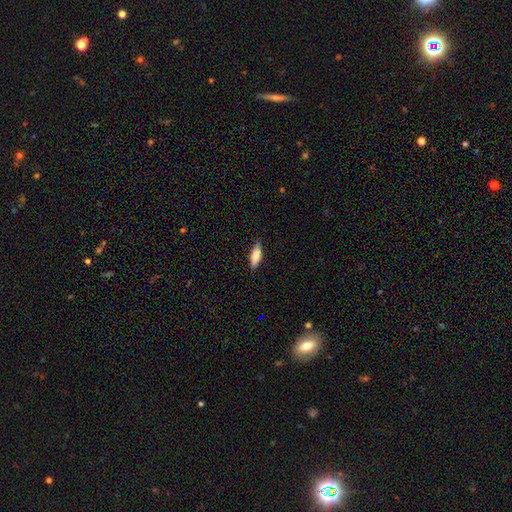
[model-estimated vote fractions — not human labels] Smooth or featured: smooth — 79% (featured or disk — 15%)
How rounded: in between — 55% (cigar-shaped — 43%)
Merging: none — 86% (minor disturbance — 11%)